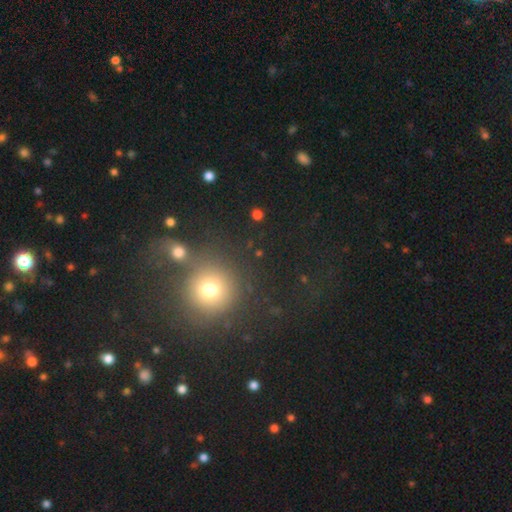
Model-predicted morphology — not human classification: Q: Smooth or featured?
A: smooth (59%); runner-up: star or artifact (31%)
Q: How rounded?
A: round (92%); runner-up: in between (6%)
Q: Merging?
A: none (71%); runner-up: minor disturbance (10%)